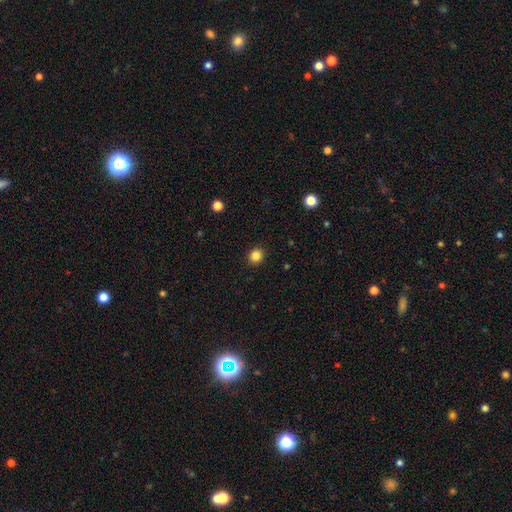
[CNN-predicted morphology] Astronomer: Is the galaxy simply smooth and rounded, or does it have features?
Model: smooth — 84%.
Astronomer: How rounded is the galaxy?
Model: round — 86%.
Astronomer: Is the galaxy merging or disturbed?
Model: none — 91%.